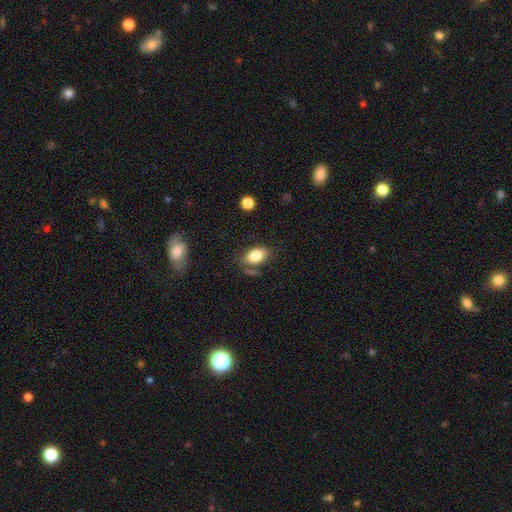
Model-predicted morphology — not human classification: A smooth galaxy with no disk features (83%) that is in between round and cigar-shaped (88%).

Vote fractions:
- Smooth or featured? smooth: 83% / featured or disk: 9% / star or artifact: 8%
- How rounded? in between: 88% / round: 10% / cigar-shaped: 2%
- Merging? none: 69% / minor disturbance: 18% / merger: 7% / major disturbance: 6%